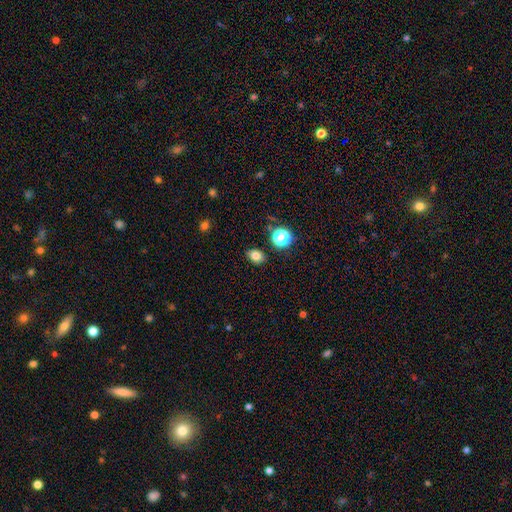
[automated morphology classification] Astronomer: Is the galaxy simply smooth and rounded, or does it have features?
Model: smooth — 79%.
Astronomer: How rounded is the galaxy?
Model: in between — 61% (runner-up: round, 38%).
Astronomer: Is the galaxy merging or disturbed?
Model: none — 86%.